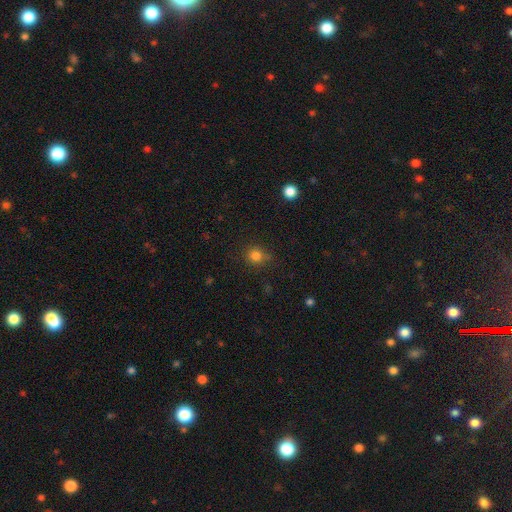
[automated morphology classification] A smooth galaxy with no disk features (82%) that is round (87%). Merging: none (77%).